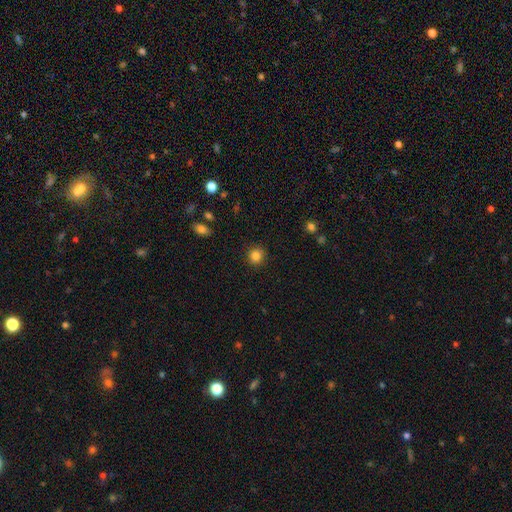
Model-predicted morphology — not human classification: This appears to be a smooth galaxy with no disk features (84%) that is round (90%). Merging: none (90%).